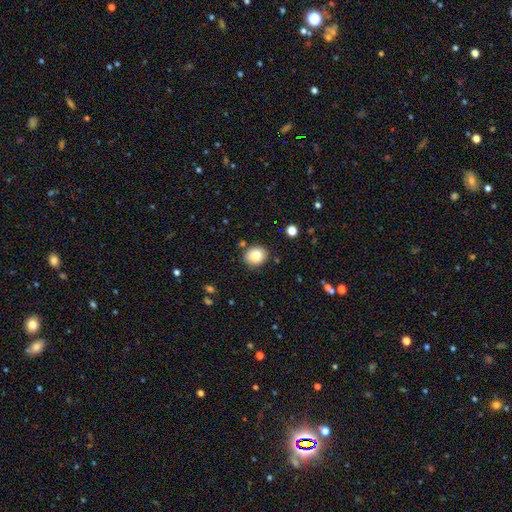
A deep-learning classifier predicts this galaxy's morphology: Smooth or featured: smooth — 85% (star or artifact — 9%)
How rounded: round — 65% (in between — 34%)
Merging: none — 85% (minor disturbance — 9%)